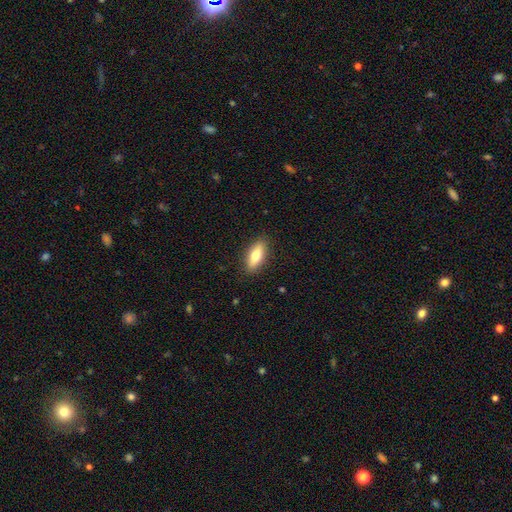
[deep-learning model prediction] Smooth or featured? smooth (72%)
How rounded? in between (72%)
Merging? none (88%)